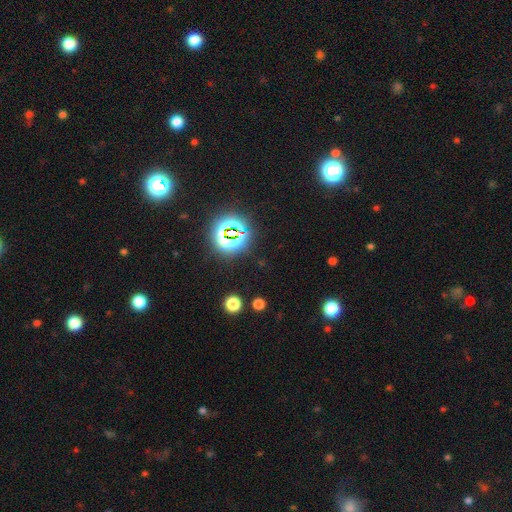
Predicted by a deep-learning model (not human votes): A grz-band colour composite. It shows a star or artifact, not a galaxy (80%).